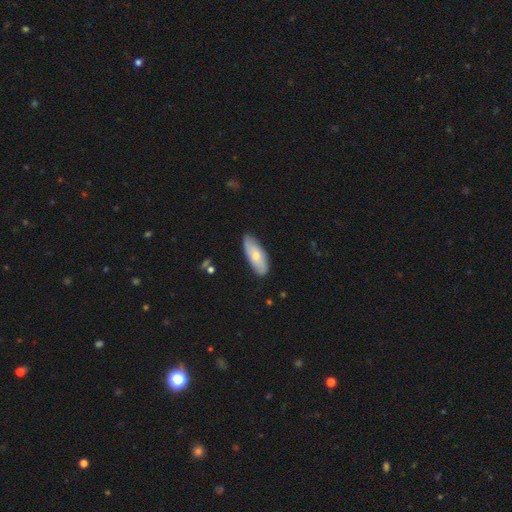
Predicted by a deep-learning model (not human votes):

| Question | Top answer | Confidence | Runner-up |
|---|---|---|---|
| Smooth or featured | smooth | 64% | featured or disk (31%) |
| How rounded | in between | 79% | cigar-shaped (19%) |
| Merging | none | 80% | minor disturbance (16%) |